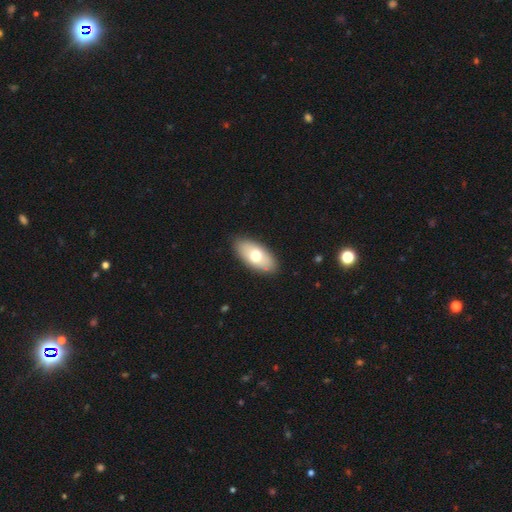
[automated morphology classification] smooth 68%, featured or disk 26%, star or artifact 6%. Down the decision tree: how rounded — in between (91%); merging — none (88%).